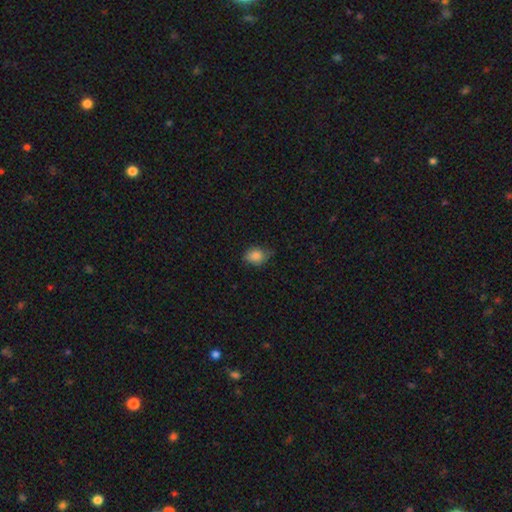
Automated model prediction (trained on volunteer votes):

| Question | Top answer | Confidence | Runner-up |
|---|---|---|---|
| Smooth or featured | smooth | 85% | star or artifact (9%) |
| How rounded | in between | 62% | round (36%) |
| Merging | none | 61% | minor disturbance (32%) |